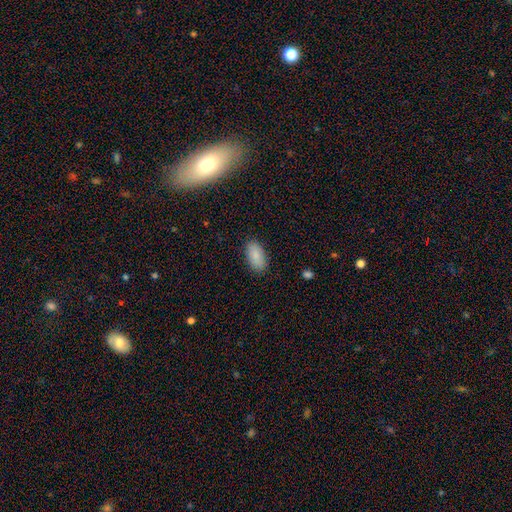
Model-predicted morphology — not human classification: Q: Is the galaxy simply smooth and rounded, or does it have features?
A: smooth — 88%.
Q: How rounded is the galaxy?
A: in between — 93%.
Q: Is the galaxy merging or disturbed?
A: none — 87%.